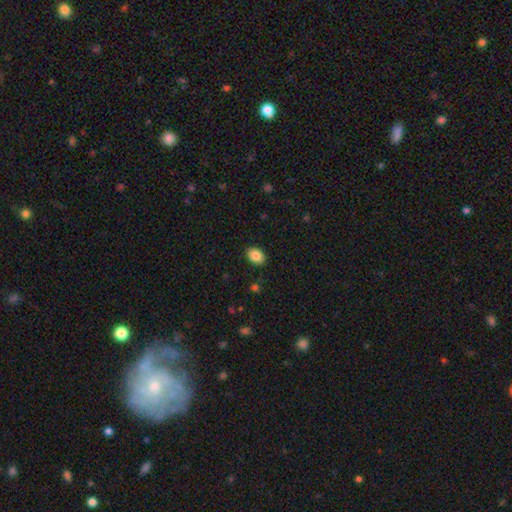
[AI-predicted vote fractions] Smooth or featured? smooth (87%)
How rounded? in between (77%)
Merging? none (89%)